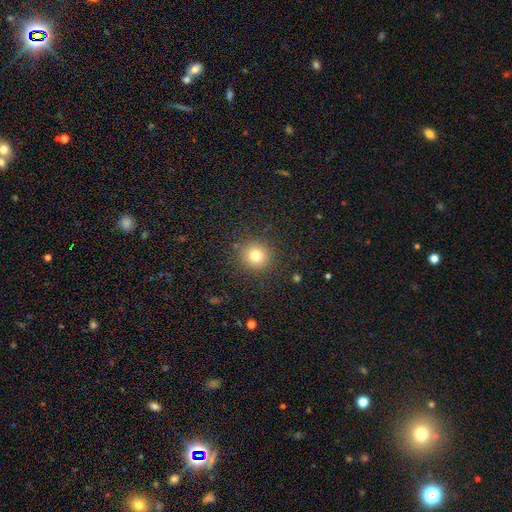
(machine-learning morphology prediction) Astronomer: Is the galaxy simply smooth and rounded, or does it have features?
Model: smooth — 79%.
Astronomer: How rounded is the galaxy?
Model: round — 93%.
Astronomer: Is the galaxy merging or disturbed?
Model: none — 89%.